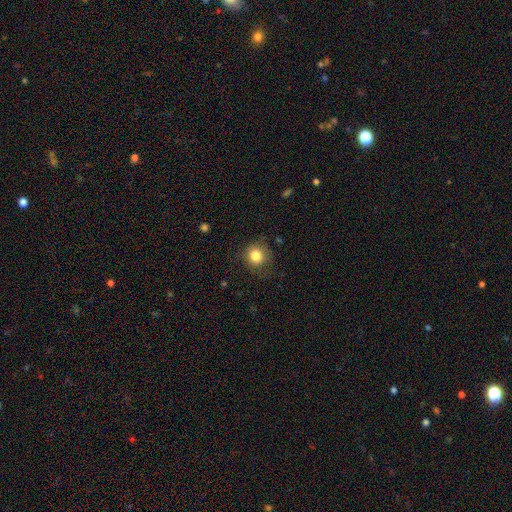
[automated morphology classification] Overall: smooth (82%). How rounded: round (87%). Merging: none (78%).